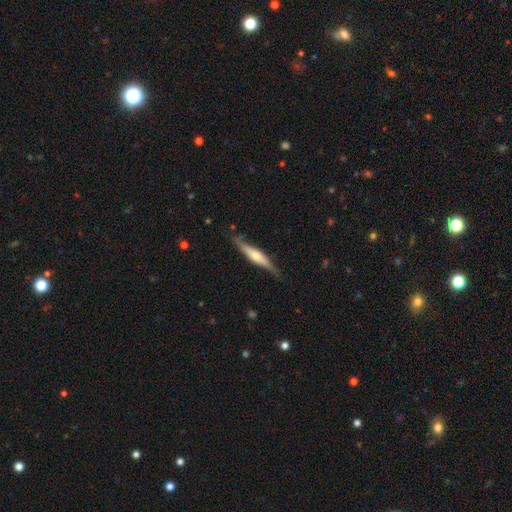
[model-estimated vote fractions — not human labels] Smooth or featured? Predicted: featured or disk (p=0.65). Edge-on disk? Predicted: yes (p=0.91). Edge-on bulge? Predicted: rounded (p=0.80). Merging? Predicted: none (p=0.77).